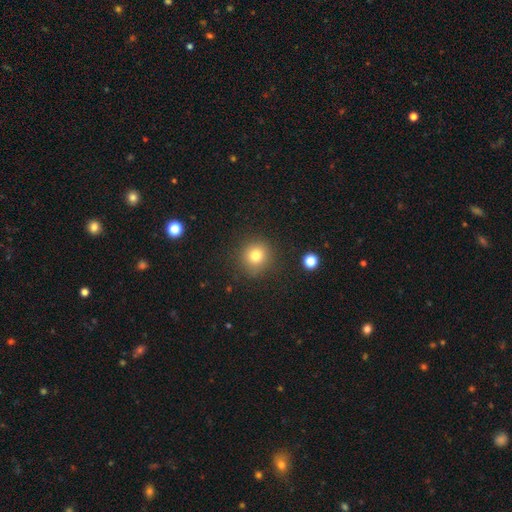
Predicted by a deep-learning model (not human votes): smooth-or-featured: smooth: 78% | star or artifact: 13% | featured or disk: 8%
  how-rounded: round: 89% | in between: 10% | cigar-shaped: 1%
  merging: none: 87% | minor disturbance: 8% | major disturbance: 3% | merger: 2%